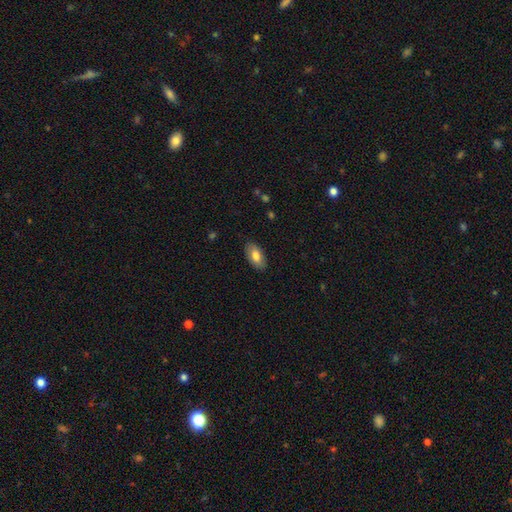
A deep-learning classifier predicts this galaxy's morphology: Smooth or featured?
  - smooth: 80% *
  - featured or disk: 14%
  - star or artifact: 6%
How rounded?
  - in between: 93% *
  - cigar-shaped: 4%
  - round: 3%
Merging?
  - none: 87% *
  - minor disturbance: 10%
  - major disturbance: 2%
  - merger: 1%